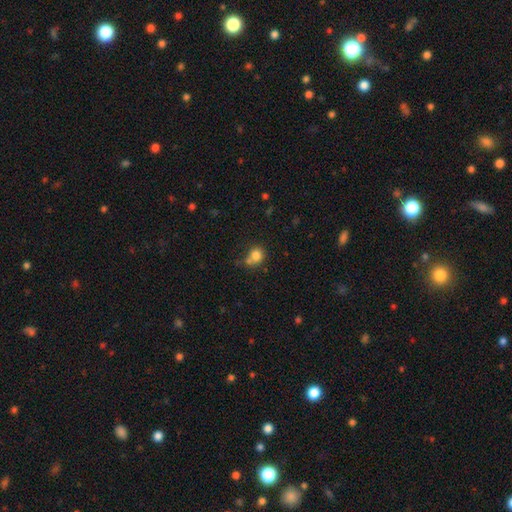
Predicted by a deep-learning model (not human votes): The model was most divided on "merging": none: 55%, merger: 20%, minor disturbance: 18%, major disturbance: 6%. More confident: smooth or featured — smooth (81%); how rounded — round (75%).